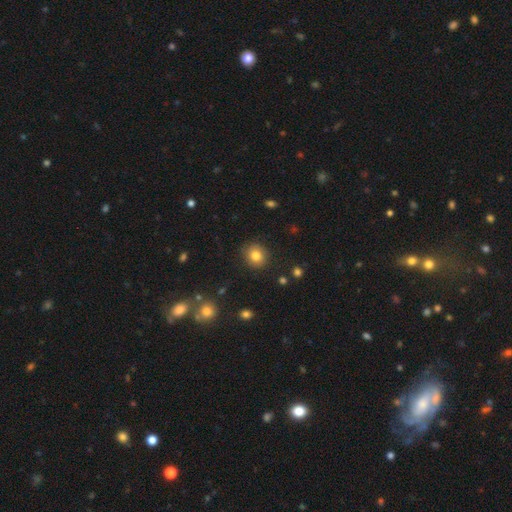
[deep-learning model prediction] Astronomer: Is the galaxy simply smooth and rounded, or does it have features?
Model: smooth — 81%.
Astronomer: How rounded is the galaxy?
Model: round — 81%.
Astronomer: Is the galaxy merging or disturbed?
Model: none — 88%.